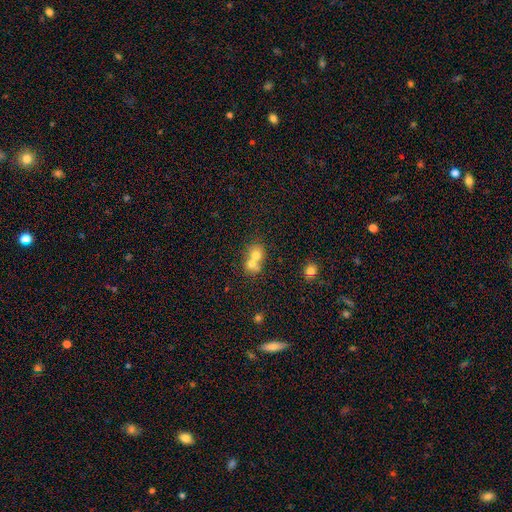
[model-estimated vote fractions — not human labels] Smooth or featured? smooth (70%)
How rounded? round (70%)
Merging? merger (68%)